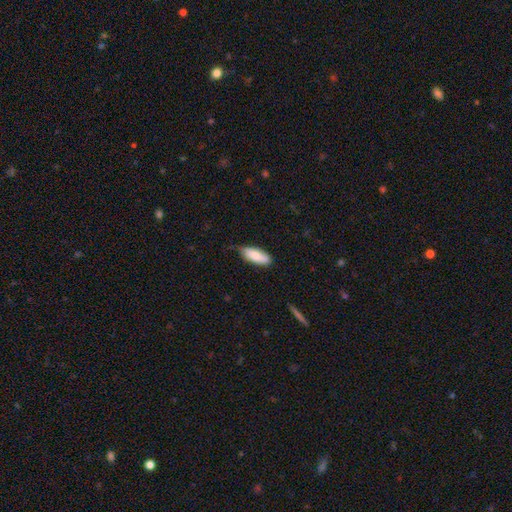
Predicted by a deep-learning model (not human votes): A smooth galaxy with no disk features (81%) that is in between round and cigar-shaped (75%).

Vote fractions:
- Smooth or featured? smooth: 81% / featured or disk: 13% / star or artifact: 6%
- How rounded? in between: 75% / cigar-shaped: 23% / round: 2%
- Merging? none: 63% / minor disturbance: 31% / major disturbance: 4% / merger: 2%